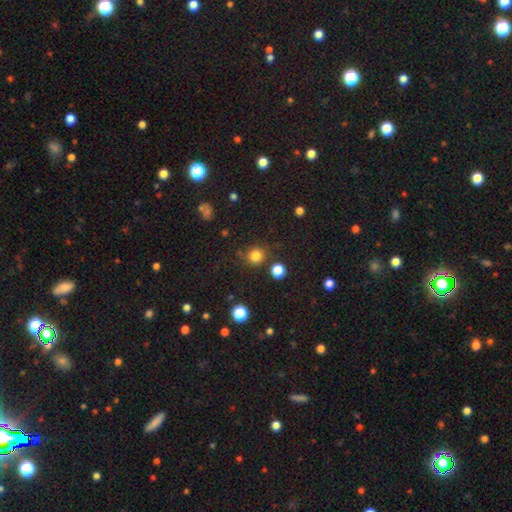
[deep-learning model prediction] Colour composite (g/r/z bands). It shows a smooth galaxy with no disk features (81%) that is round (92%). Merging: none (82%).